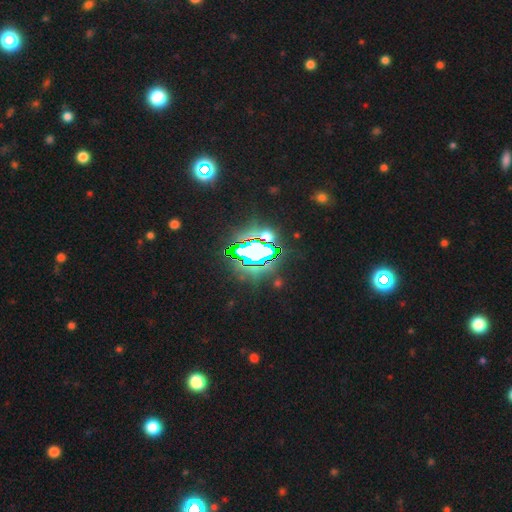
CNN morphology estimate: This appears to be a star or artifact, not a galaxy (81%).